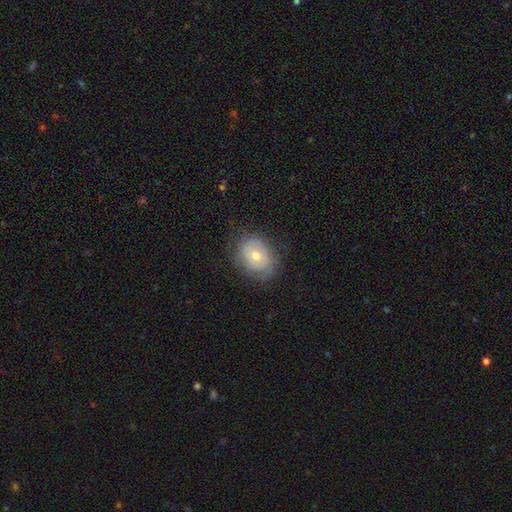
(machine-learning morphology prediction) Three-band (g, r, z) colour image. It shows a smooth galaxy with no disk features (57%) that is in between round and cigar-shaped (51%). Merging: none (72%).